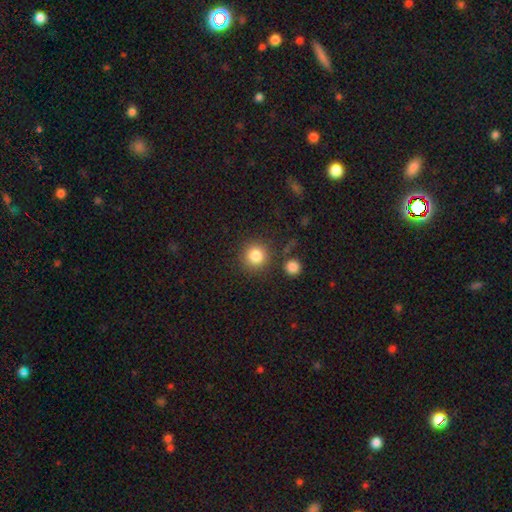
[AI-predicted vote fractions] Smooth or featured? smooth (83%)
How rounded? round (93%)
Merging? none (84%)